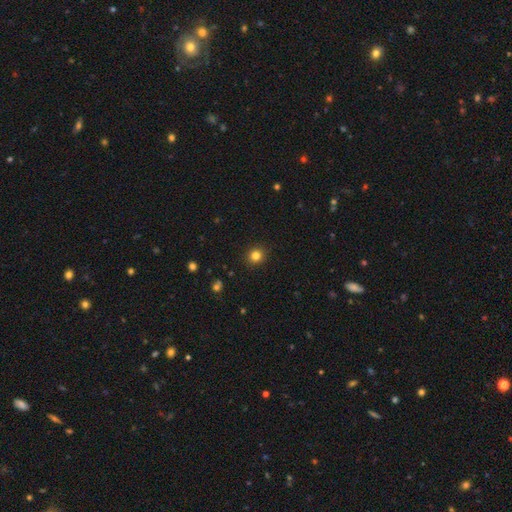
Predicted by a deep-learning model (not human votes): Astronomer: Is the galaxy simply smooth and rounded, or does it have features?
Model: smooth — 82%.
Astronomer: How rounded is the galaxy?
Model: round — 87%.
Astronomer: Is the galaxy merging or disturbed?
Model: none — 91%.